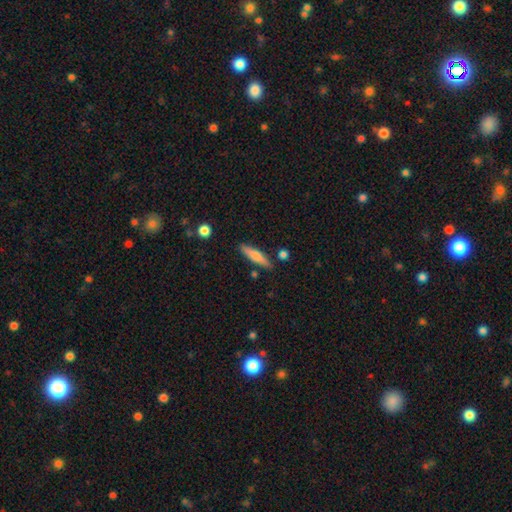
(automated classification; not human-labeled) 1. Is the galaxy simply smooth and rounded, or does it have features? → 62% smooth, 32% featured or disk, 6% star or artifact.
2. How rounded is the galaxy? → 83% cigar-shaped, 15% in between, 2% round.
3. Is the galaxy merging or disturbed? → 85% none, 10% minor disturbance, 4% merger, 2% major disturbance.